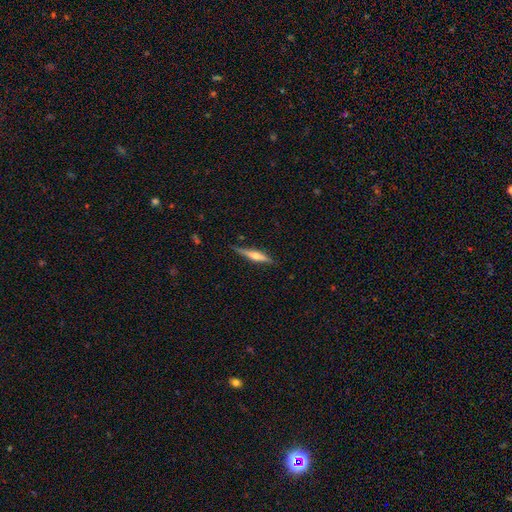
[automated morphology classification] Smooth or featured: featured or disk — 57% (smooth — 37%)
Edge-on disk: yes — 96% (no — 4%)
Edge-on bulge: rounded — 84% (none — 9%)
Merging: none — 80% (minor disturbance — 16%)